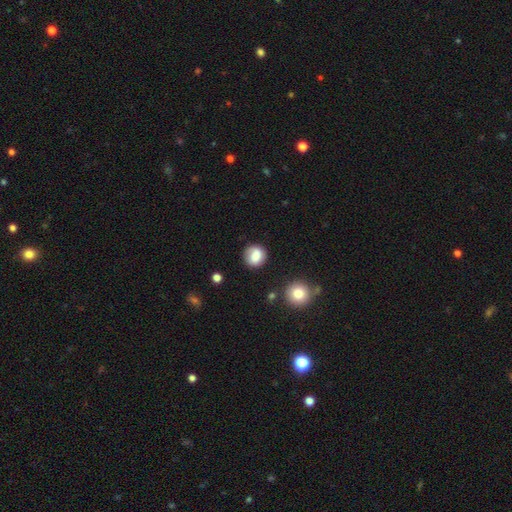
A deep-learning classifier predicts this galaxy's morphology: Overall: smooth (78%). How rounded: round (84%). Merging: none (74%).